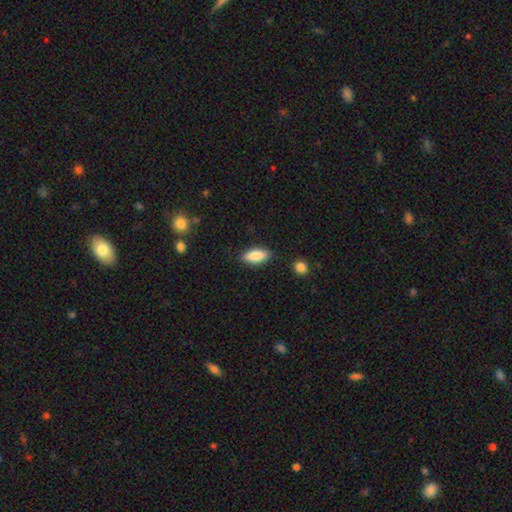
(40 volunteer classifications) This is clearly a smooth galaxy (80%). How rounded: clearly in between (81%). Merging: clearly none (92%).